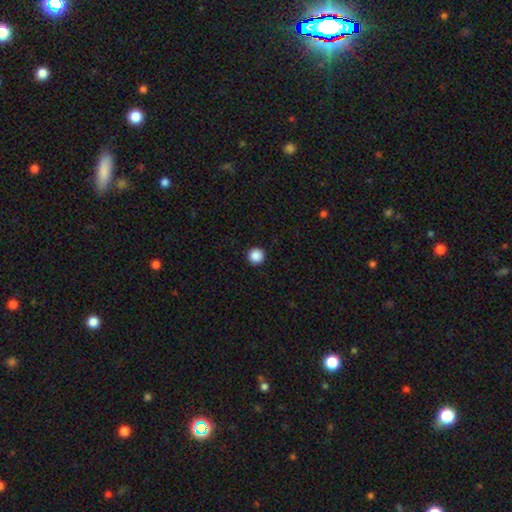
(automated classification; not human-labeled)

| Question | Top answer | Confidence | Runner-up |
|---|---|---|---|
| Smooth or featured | smooth | 89% | star or artifact (9%) |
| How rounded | round | 97% | in between (2%) |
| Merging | none | 94% | minor disturbance (4%) |